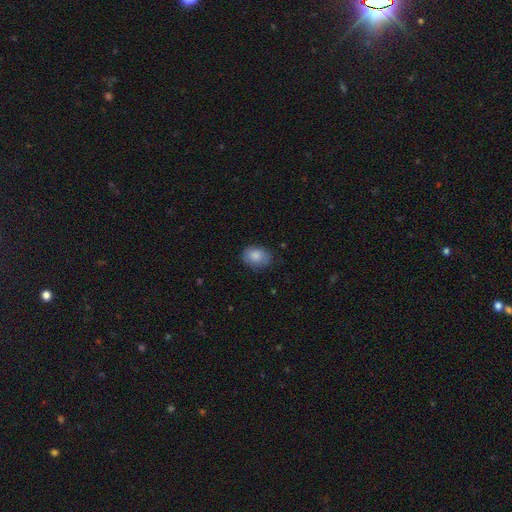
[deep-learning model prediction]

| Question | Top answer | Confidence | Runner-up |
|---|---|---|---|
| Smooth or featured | smooth | 85% | featured or disk (7%) |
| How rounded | in between | 69% | round (30%) |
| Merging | none | 78% | minor disturbance (17%) |